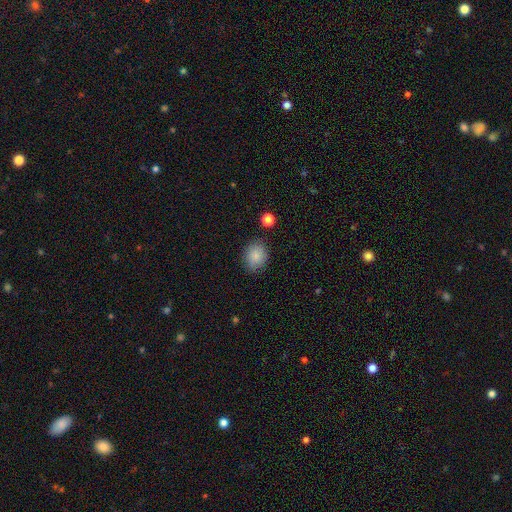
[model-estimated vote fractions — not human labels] This appears to be a smooth galaxy with no disk features (86%) that is round (52%). Merging: none (83%).